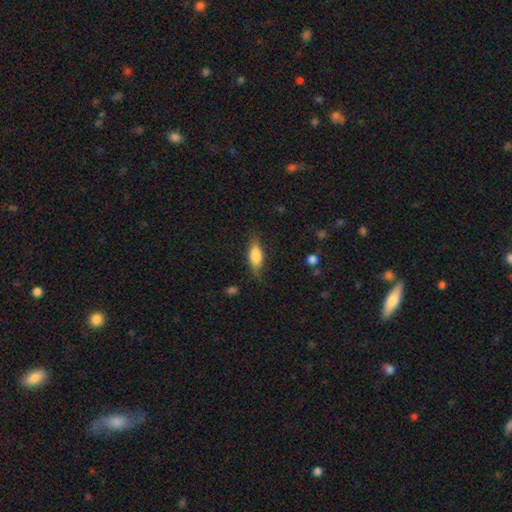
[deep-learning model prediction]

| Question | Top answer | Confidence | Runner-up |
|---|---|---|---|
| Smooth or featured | smooth | 65% | featured or disk (28%) |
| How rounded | in between | 72% | cigar-shaped (24%) |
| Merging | none | 77% | minor disturbance (18%) |